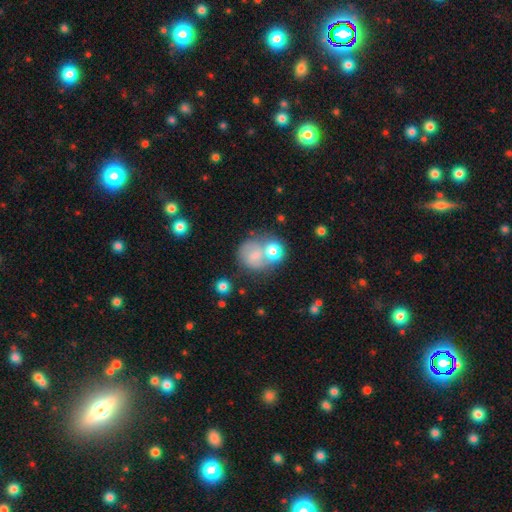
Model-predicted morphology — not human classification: Smooth or featured? Predicted: smooth (p=0.56). How rounded? Predicted: round (p=0.72). Merging? Predicted: merger (p=0.45).